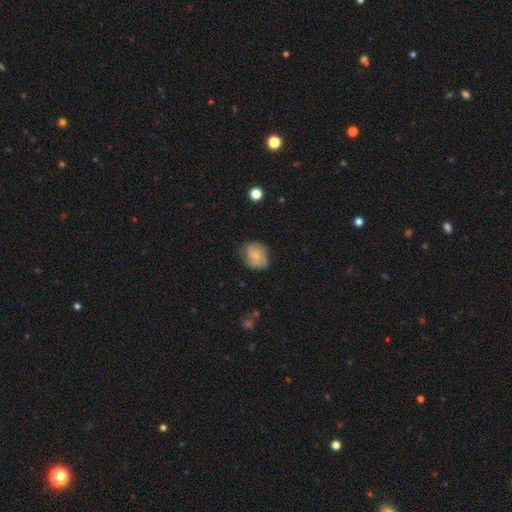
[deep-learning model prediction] Morphology: type=smooth (69%); roundness=round (54%); merging=none (64%).